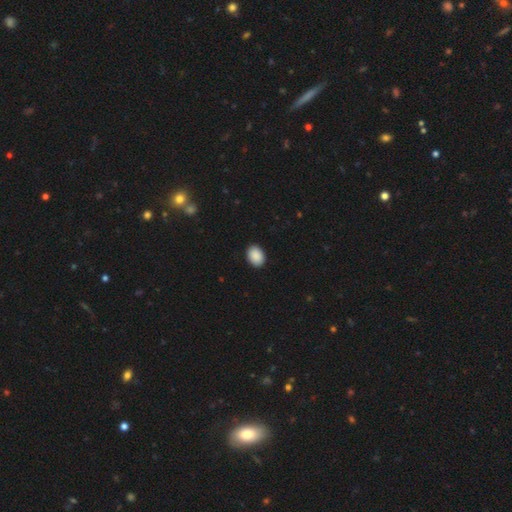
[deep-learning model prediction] A smooth galaxy with no disk features (91%) that is in between round and cigar-shaped (72%). Merging: none (91%).